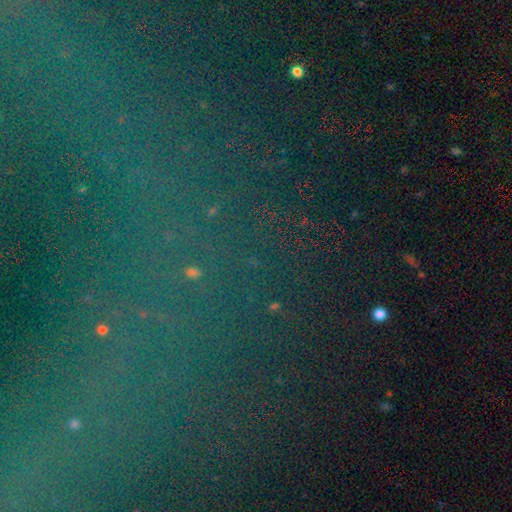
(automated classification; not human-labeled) Smooth or featured? Predicted: star or artifact (p=0.76).